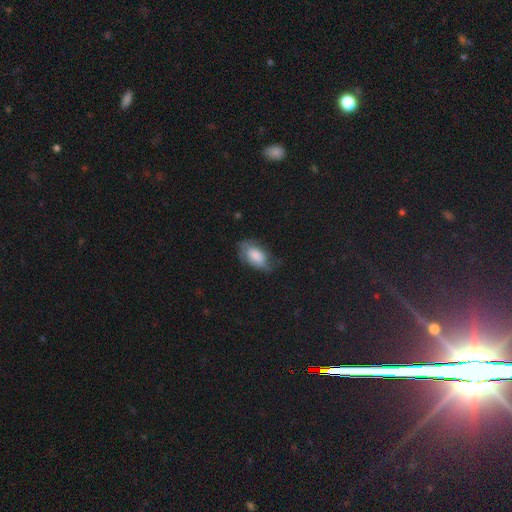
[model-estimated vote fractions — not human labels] A smooth galaxy with no disk features (64%) that is in between round and cigar-shaped (92%).

Vote fractions:
- Smooth or featured? smooth: 64% / featured or disk: 28% / star or artifact: 8%
- How rounded? in between: 92% / round: 5% / cigar-shaped: 3%
- Merging? none: 50% / minor disturbance: 32% / major disturbance: 16% / merger: 2%